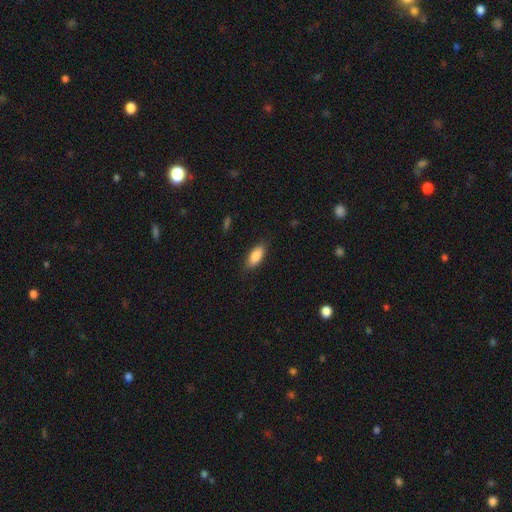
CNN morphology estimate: Smooth or featured?
  - smooth: 86% *
  - featured or disk: 7%
  - star or artifact: 6%
How rounded?
  - in between: 82% *
  - cigar-shaped: 16%
  - round: 2%
Merging?
  - none: 84% *
  - minor disturbance: 12%
  - major disturbance: 3%
  - merger: 1%